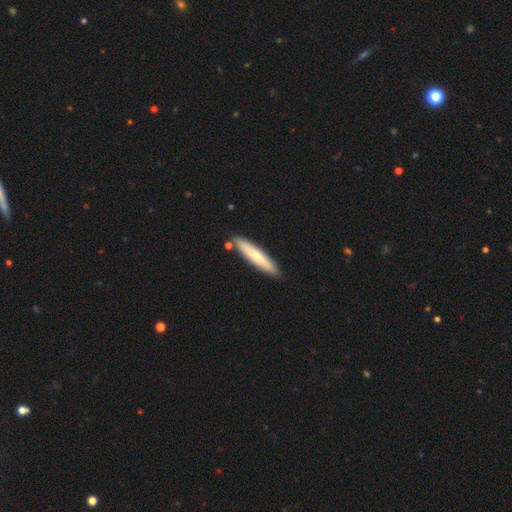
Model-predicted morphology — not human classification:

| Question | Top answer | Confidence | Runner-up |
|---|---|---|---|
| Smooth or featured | smooth | 66% | featured or disk (29%) |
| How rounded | cigar-shaped | 87% | in between (11%) |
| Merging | none | 86% | minor disturbance (9%) |